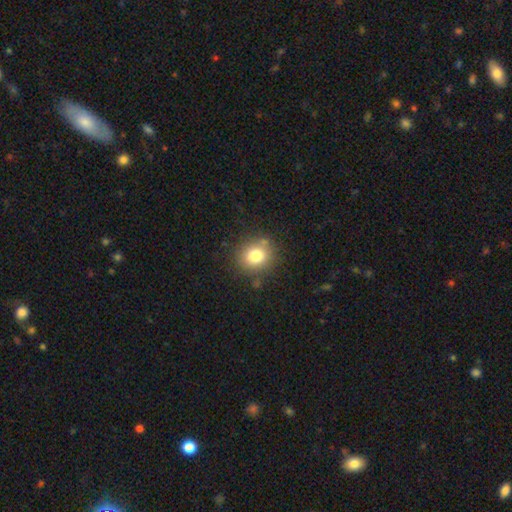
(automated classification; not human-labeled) A smooth galaxy with no disk features (79%) that is round (76%). Merging: none (82%).